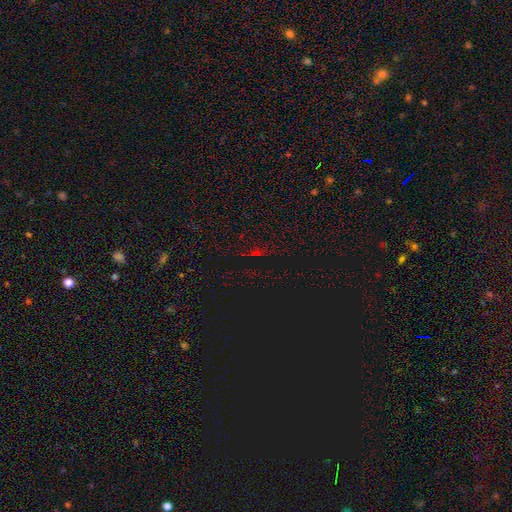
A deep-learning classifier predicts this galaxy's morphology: A star or artifact, not a galaxy (71%).

Vote fractions:
- Smooth or featured? star or artifact: 71% / smooth: 18% / featured or disk: 11%